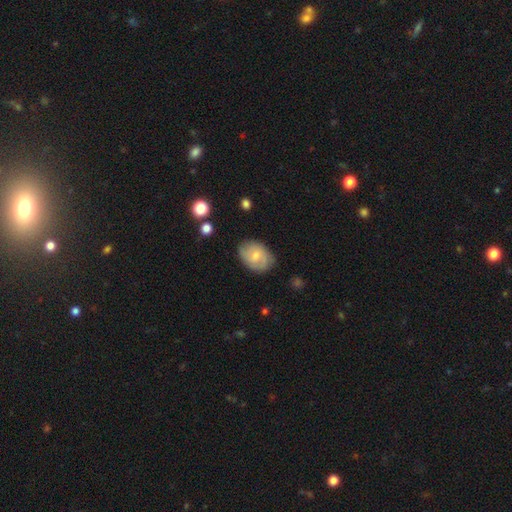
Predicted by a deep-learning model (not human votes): smooth-or-featured: smooth: 57% | featured or disk: 36% | star or artifact: 7%
  how-rounded: in between: 76% | round: 23% | cigar-shaped: 1%
  merging: none: 76% | minor disturbance: 18% | major disturbance: 4% | merger: 1%